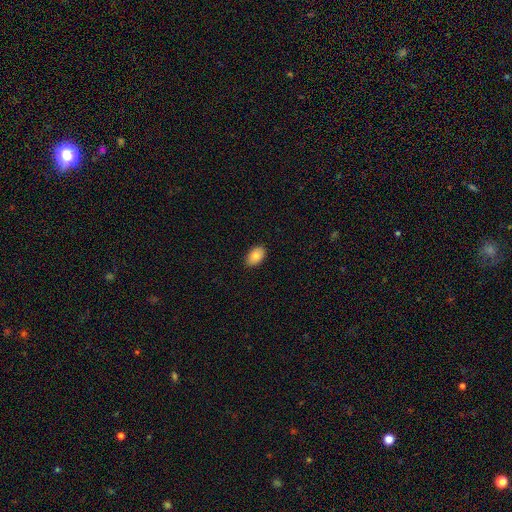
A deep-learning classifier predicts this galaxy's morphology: Smooth or featured?
  - smooth: 86% *
  - star or artifact: 7%
  - featured or disk: 7%
How rounded?
  - in between: 90% *
  - round: 9%
  - cigar-shaped: 1%
Merging?
  - none: 89% *
  - minor disturbance: 8%
  - major disturbance: 2%
  - merger: 1%